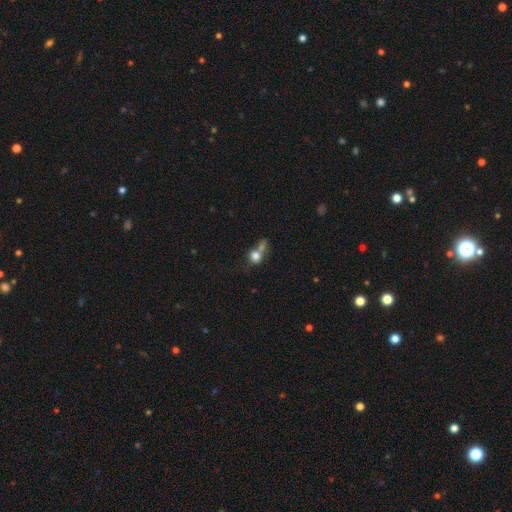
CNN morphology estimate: This appears to be a smooth galaxy with no disk features (77%) that is round (77%). Merging: merger (48%).